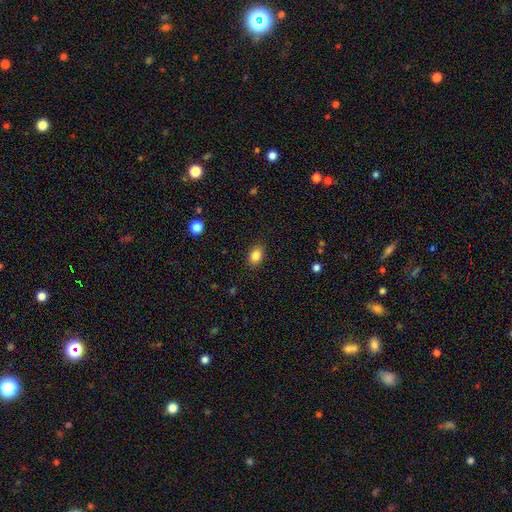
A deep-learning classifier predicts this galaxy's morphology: Q: Smooth or featured?
A: smooth (85%); runner-up: star or artifact (9%)
Q: How rounded?
A: in between (73%); runner-up: round (26%)
Q: Merging?
A: none (87%); runner-up: minor disturbance (9%)